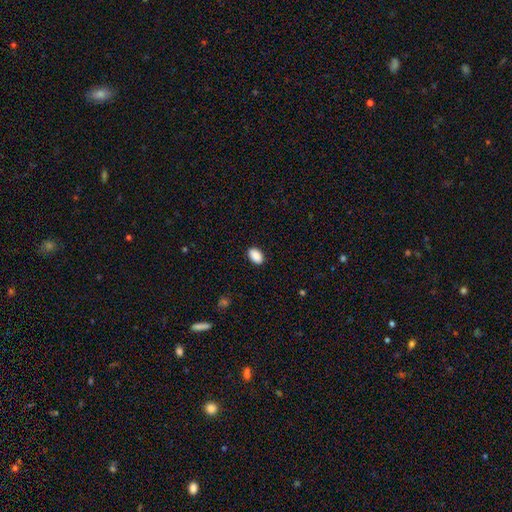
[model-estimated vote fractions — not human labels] smooth 90%, star or artifact 7%, featured or disk 3%. Down the decision tree: how rounded — in between (90%); merging — none (89%).